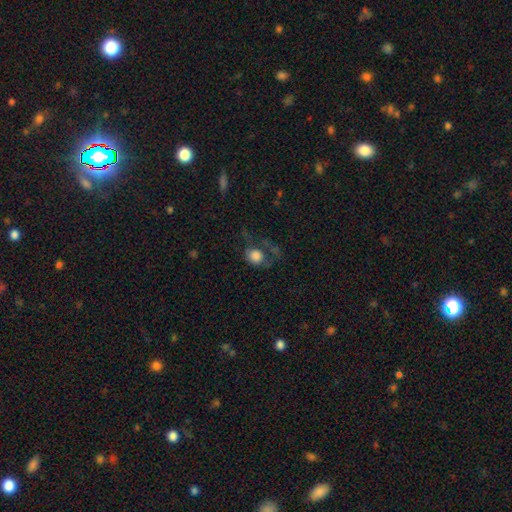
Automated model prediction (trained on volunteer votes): This appears to be a smooth galaxy with no disk features (71%) that is round (71%). Merging: major disturbance (43%).